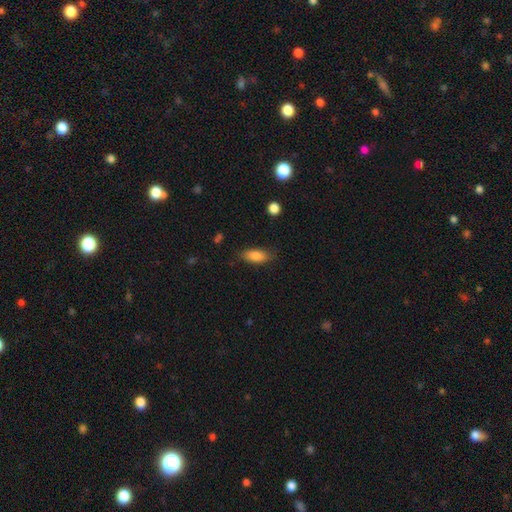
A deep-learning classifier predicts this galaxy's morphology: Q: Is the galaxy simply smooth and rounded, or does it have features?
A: smooth — 83%.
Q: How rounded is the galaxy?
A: in between — 83%.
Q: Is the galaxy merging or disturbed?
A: none — 78%.